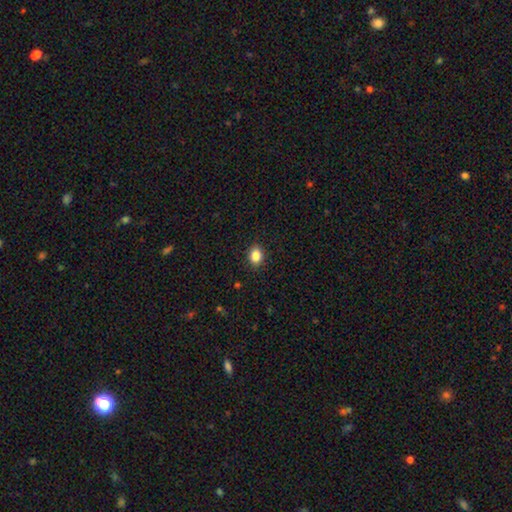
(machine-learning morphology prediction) type=smooth (85%); roundness=in between (59%); merging=none (90%).